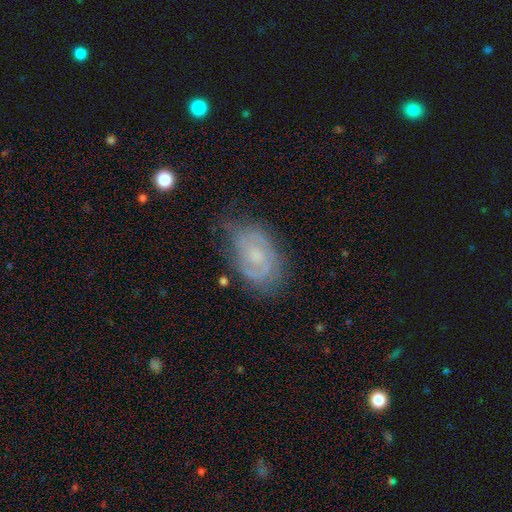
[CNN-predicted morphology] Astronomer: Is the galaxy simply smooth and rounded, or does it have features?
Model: featured or disk — 74%.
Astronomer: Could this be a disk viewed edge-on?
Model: no — 97%.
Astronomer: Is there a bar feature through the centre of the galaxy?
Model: no — 62%.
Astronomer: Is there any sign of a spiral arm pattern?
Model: yes — 89%.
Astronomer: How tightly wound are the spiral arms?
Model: tight — 52% (runner-up: medium, 37%).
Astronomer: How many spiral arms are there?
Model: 2 — 59%.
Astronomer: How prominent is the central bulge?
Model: small — 49% (runner-up: moderate, 33%).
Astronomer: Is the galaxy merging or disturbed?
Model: none — 67%.